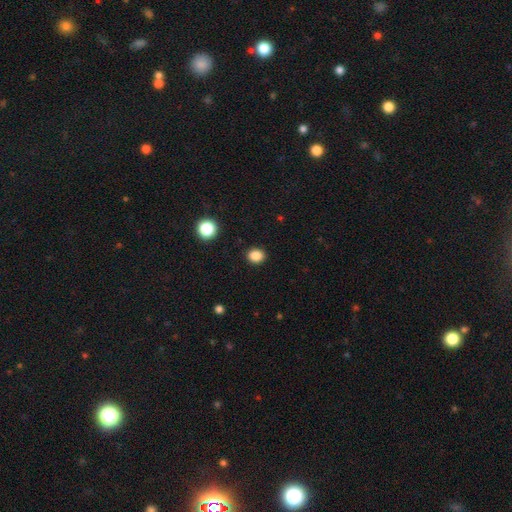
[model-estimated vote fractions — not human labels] This appears to be a smooth galaxy with no disk features (86%) that is round (65%). Merging: none (90%).